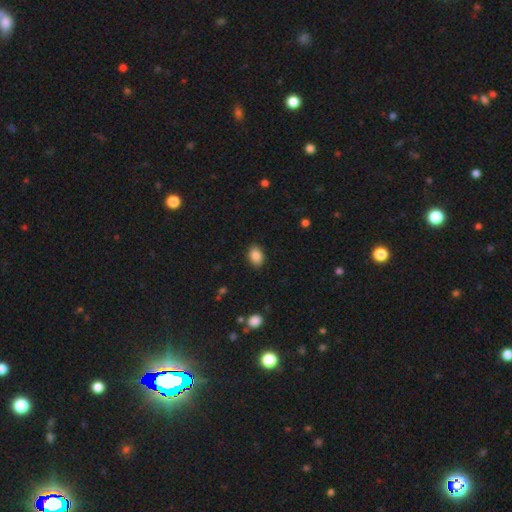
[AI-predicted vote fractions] Smooth or featured: smooth — 88% (star or artifact — 8%)
How rounded: in between — 78% (round — 21%)
Merging: none — 88% (minor disturbance — 9%)